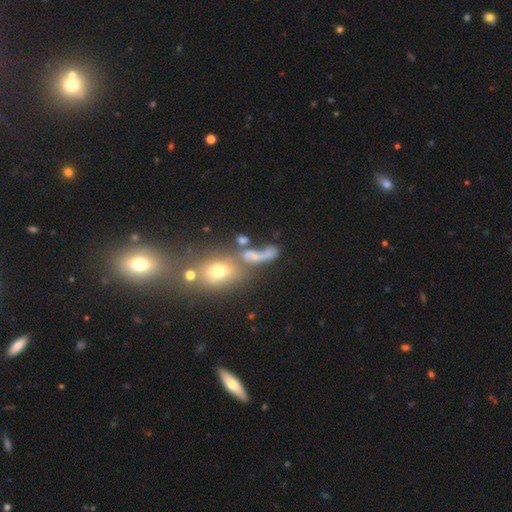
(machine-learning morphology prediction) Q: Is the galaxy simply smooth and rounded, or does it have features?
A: smooth — 50%.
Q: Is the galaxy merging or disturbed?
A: merger — 39%.